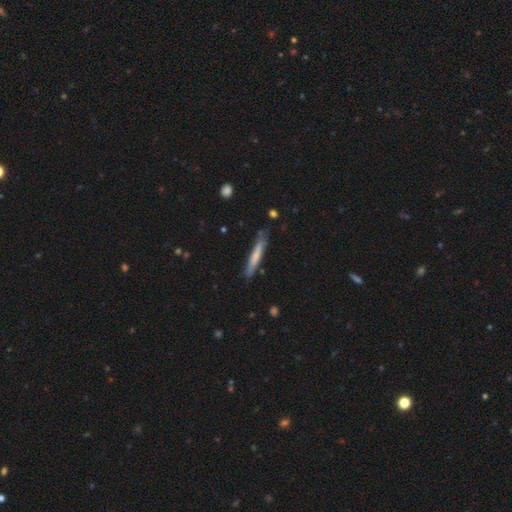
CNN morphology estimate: smooth-or-featured: smooth: 65% | featured or disk: 30% | star or artifact: 6%
  how-rounded: cigar-shaped: 94% | in between: 5% | round: 1%
  merging: none: 77% | minor disturbance: 17% | major disturbance: 3% | merger: 2%